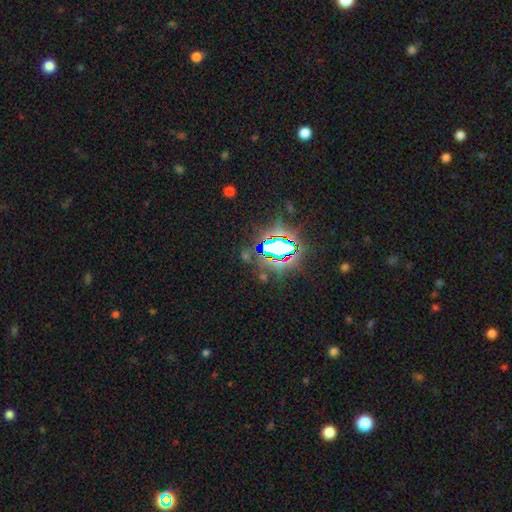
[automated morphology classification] The model was most divided on "smooth or featured": star or artifact: 84%, smooth: 9%, featured or disk: 7%.